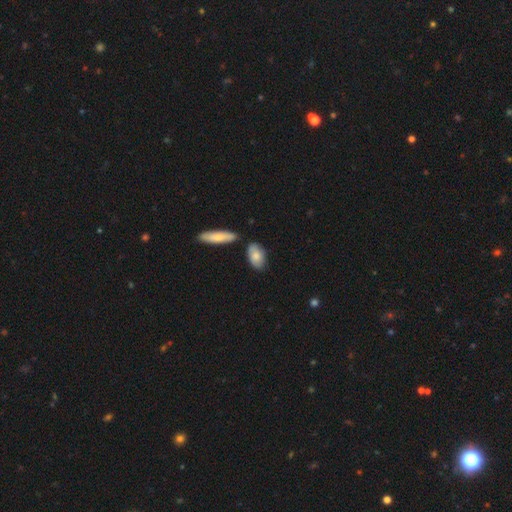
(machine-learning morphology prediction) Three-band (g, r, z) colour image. It shows a smooth galaxy with no disk features (78%) that is in between round and cigar-shaped (89%). Merging: none (72%).